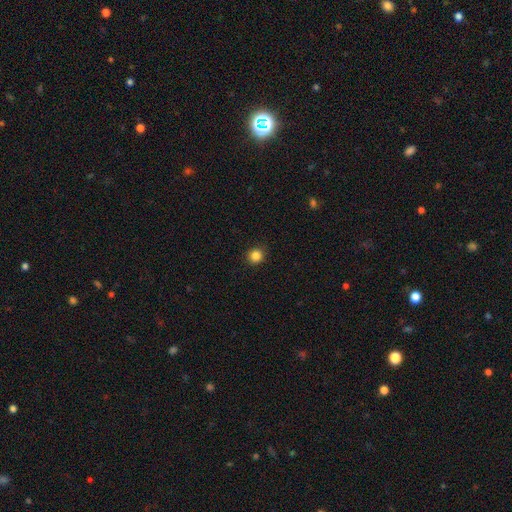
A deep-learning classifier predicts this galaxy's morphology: Smooth or featured: smooth — 85% (star or artifact — 12%)
How rounded: round — 91% (in between — 8%)
Merging: none — 90% (minor disturbance — 7%)